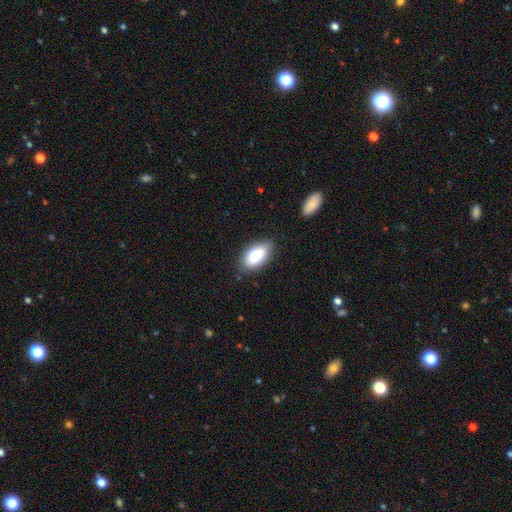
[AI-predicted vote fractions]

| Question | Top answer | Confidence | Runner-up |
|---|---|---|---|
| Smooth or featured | smooth | 83% | featured or disk (11%) |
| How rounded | in between | 93% | cigar-shaped (3%) |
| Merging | none | 80% | minor disturbance (15%) |